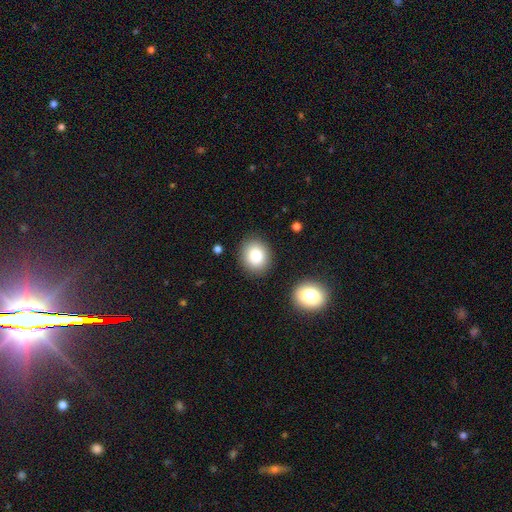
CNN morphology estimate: A smooth galaxy with no disk features (82%) that is round (69%).

Vote fractions:
- Smooth or featured? smooth: 82% / star or artifact: 10% / featured or disk: 8%
- How rounded? round: 69% / in between: 30% / cigar-shaped: 1%
- Merging? none: 86% / minor disturbance: 8% / merger: 3% / major disturbance: 3%